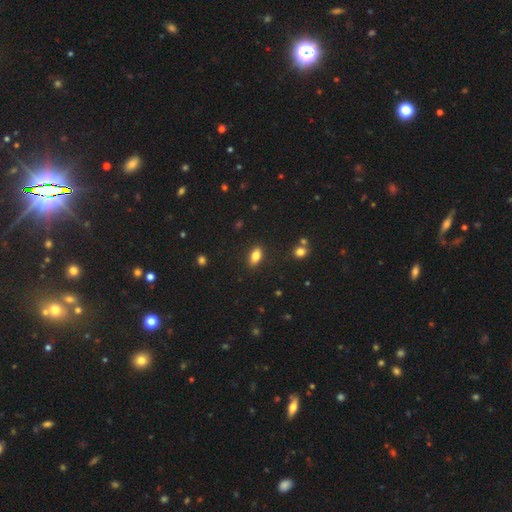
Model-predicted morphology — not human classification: Smooth or featured: smooth — 80% (featured or disk — 10%)
How rounded: in between — 86% (cigar-shaped — 7%)
Merging: none — 87% (minor disturbance — 9%)